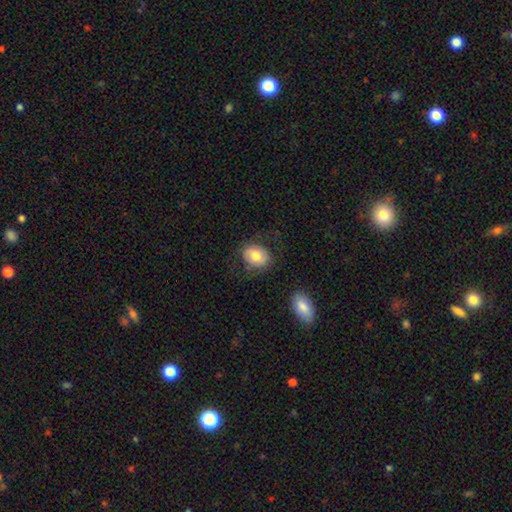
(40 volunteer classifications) This is likely a smooth galaxy (68%). How rounded: possibly in between (56%). Merging: likely none (62%).